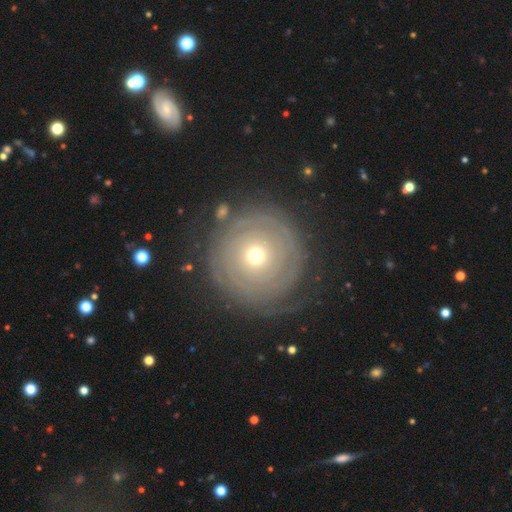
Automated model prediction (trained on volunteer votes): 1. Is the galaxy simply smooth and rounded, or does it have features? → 74% featured or disk, 19% smooth, 7% star or artifact.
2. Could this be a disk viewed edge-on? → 97% no, 3% yes.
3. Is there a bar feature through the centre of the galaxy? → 87% no, 10% weak, 3% strong.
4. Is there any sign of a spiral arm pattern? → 82% yes, 18% no.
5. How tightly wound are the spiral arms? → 86% tight, 9% medium, 5% loose.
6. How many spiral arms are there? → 42% can't tell, 23% 2, 12% 3, 8% 4, 8% more than 4, 7% 1.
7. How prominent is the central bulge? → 48% moderate, 47% small, 3% large, 1% dominant, 1% none.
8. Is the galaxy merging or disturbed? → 75% none, 15% minor disturbance, 8% major disturbance, 3% merger.